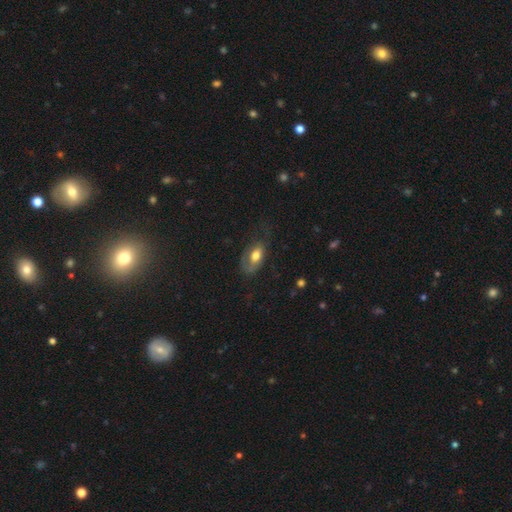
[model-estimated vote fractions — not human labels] This is possibly a smooth galaxy (59%). How rounded: clearly in between (89%). Merging: marginally none (44%).